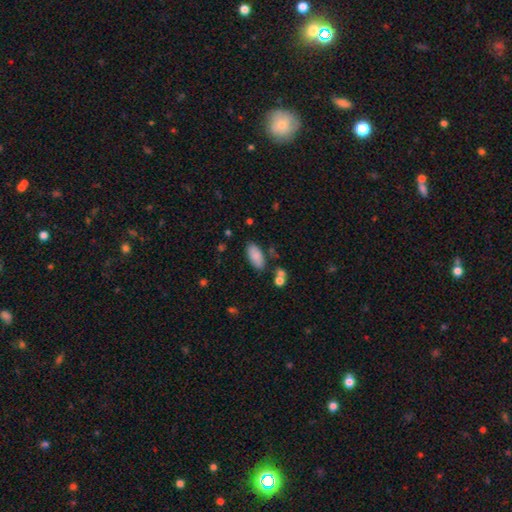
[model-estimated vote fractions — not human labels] smooth-or-featured: smooth: 86% | featured or disk: 7% | star or artifact: 7%
  how-rounded: in between: 91% | cigar-shaped: 6% | round: 2%
  merging: none: 77% | minor disturbance: 14% | merger: 5% | major disturbance: 4%